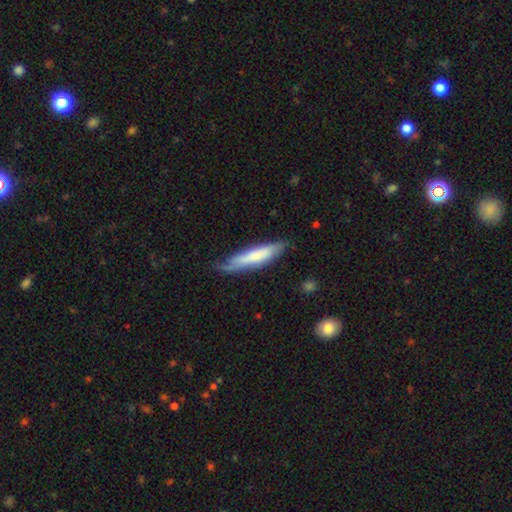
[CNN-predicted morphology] Overall: smooth (61%; featured or disk 34%). How rounded: cigar-shaped (82%). Merging: none (61%; minor disturbance 29%).